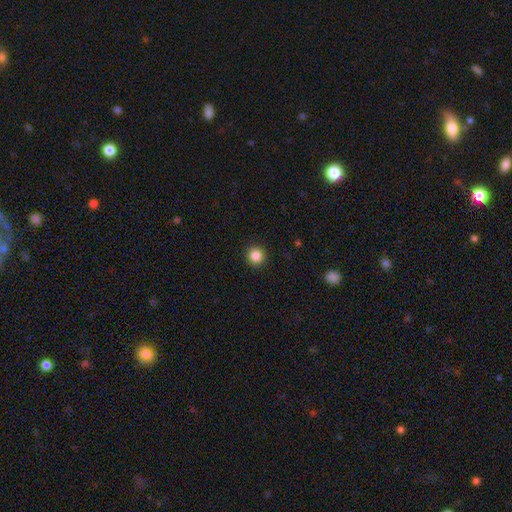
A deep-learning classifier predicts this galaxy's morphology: A smooth galaxy with no disk features (86%) that is round (95%).

Vote fractions:
- Smooth or featured? smooth: 86% / star or artifact: 10% / featured or disk: 4%
- How rounded? round: 95% / in between: 4% / cigar-shaped: 1%
- Merging? none: 93% / minor disturbance: 4% / major disturbance: 2% / merger: 1%